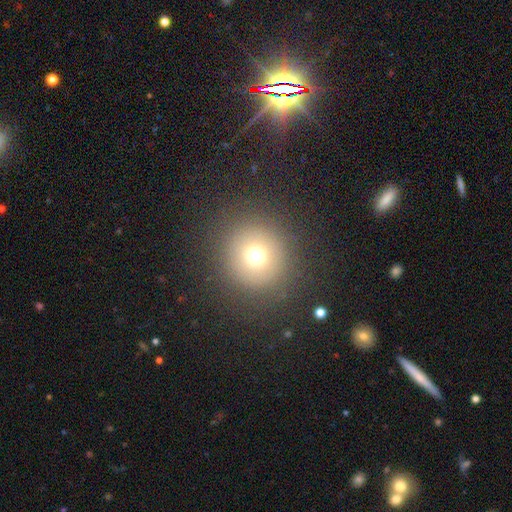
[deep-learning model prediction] The model was most divided on "smooth or featured": smooth: 69%, star or artifact: 20%, featured or disk: 11%. More confident: how rounded — round (94%); merging — none (88%).